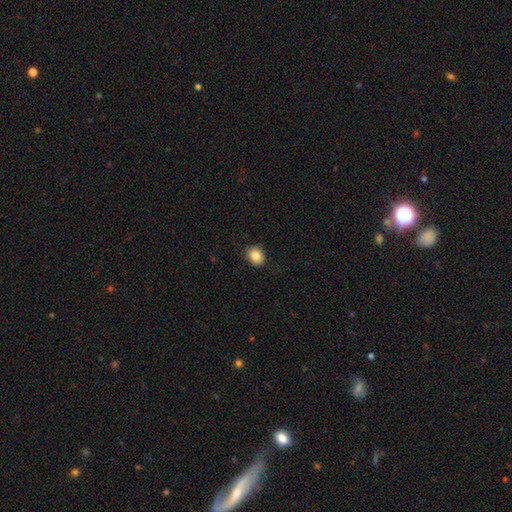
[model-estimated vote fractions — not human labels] Overall: smooth (85%). How rounded: round (58%; in between 41%). Merging: none (87%).